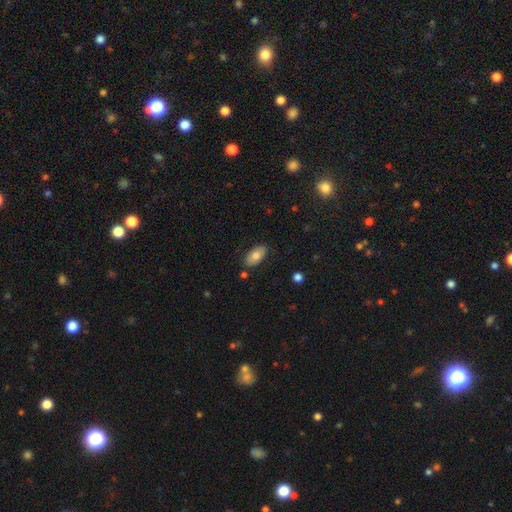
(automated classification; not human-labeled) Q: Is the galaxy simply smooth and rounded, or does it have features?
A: smooth — 76%.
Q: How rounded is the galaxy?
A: in between — 94%.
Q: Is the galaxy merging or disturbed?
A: none — 83%.